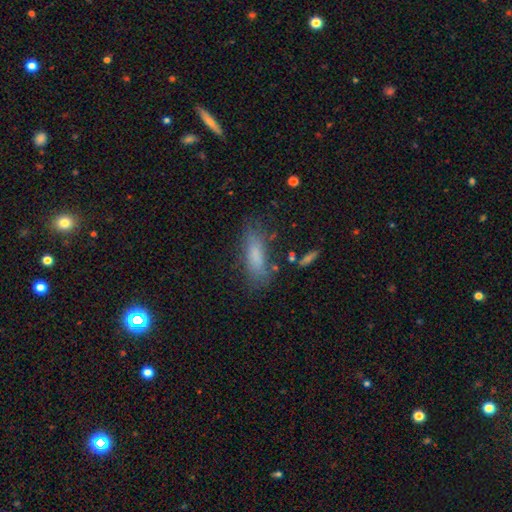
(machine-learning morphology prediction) This appears to be a smooth galaxy with no disk features (77%) that is in between round and cigar-shaped (55%). Merging: none (72%).